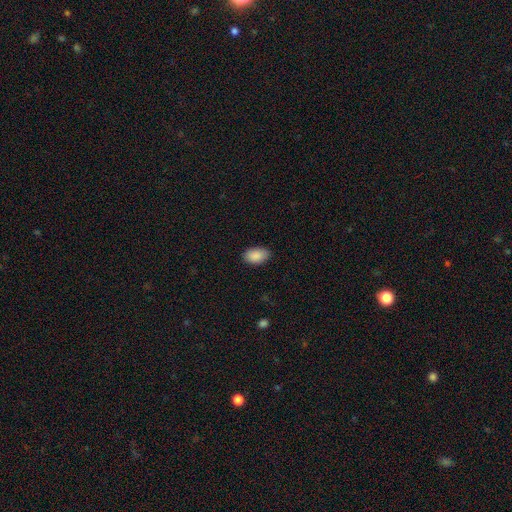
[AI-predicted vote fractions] Q: Smooth or featured?
A: smooth (90%); runner-up: star or artifact (7%)
Q: How rounded?
A: in between (93%); runner-up: round (6%)
Q: Merging?
A: none (86%); runner-up: minor disturbance (11%)